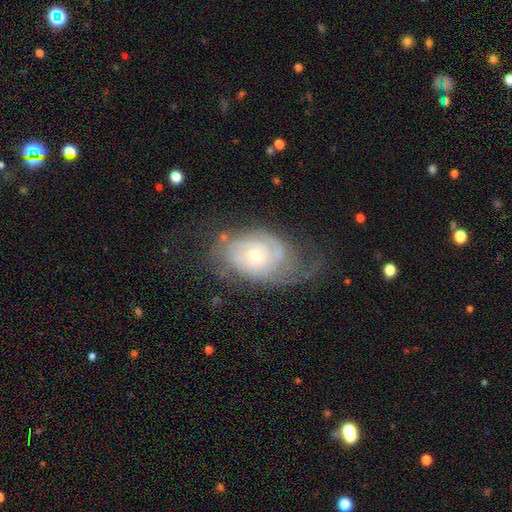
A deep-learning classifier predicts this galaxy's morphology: Overall: featured or disk (76%). Edge-on disk: no (95%). Bar: no (77%). Spiral arms: yes (89%). Spiral arm count: can't tell (44%; 2 28%). Spiral winding: tight (65%; medium 25%). Bulge size: small (58%; moderate 38%). Merging: none (50%; minor disturbance 26%).